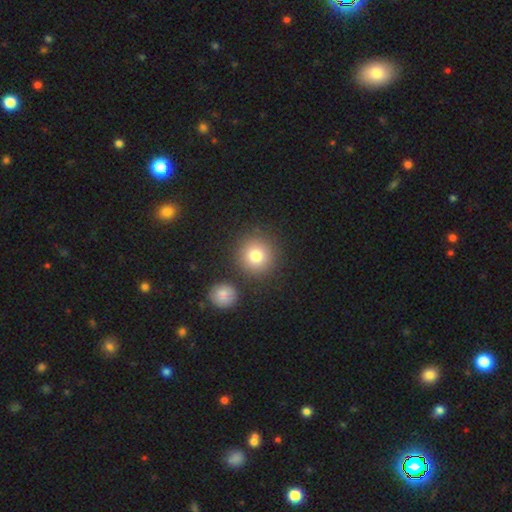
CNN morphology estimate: The model was most divided on "smooth or featured": smooth: 81%, star or artifact: 11%, featured or disk: 8%. More confident: how rounded — round (93%); merging — none (82%).